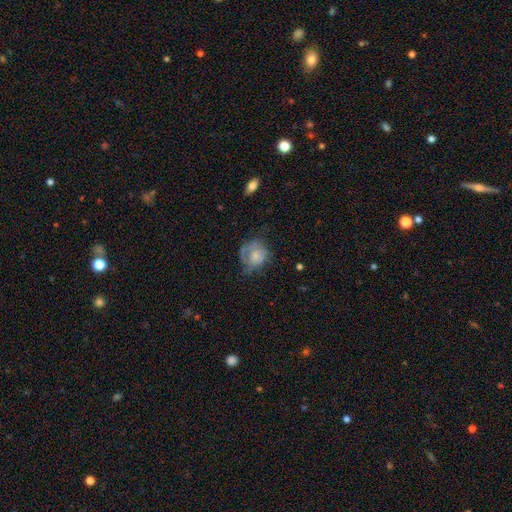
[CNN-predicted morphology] smooth 48%, featured or disk 44%, star or artifact 8%. Down the decision tree: merging — none (44%).